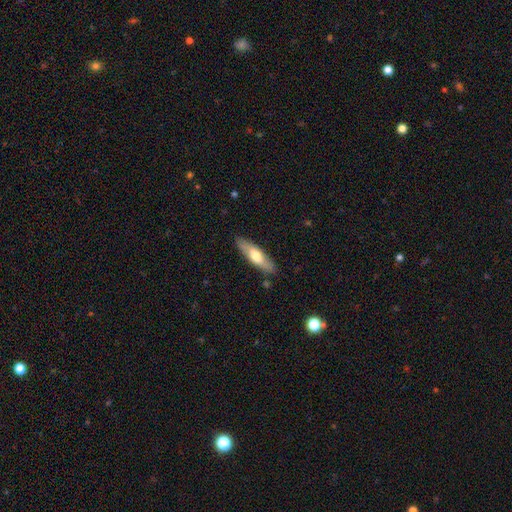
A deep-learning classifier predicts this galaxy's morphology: This is possibly a smooth galaxy (59%). How rounded: possibly cigar-shaped (60%). Merging: clearly none (86%).